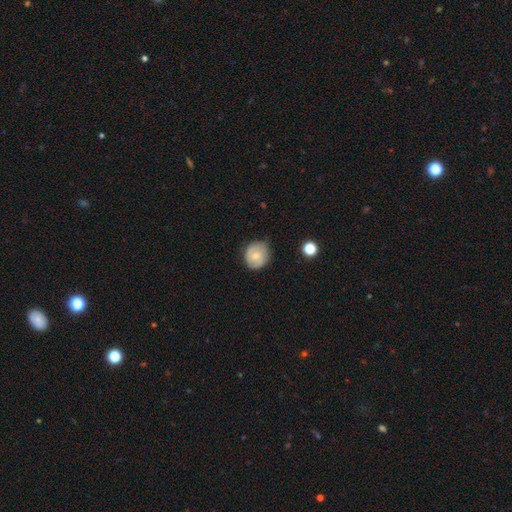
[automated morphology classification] Q: Smooth or featured?
A: smooth (56%); runner-up: featured or disk (36%)
Q: How rounded?
A: round (79%); runner-up: in between (20%)
Q: Merging?
A: none (74%); runner-up: minor disturbance (21%)